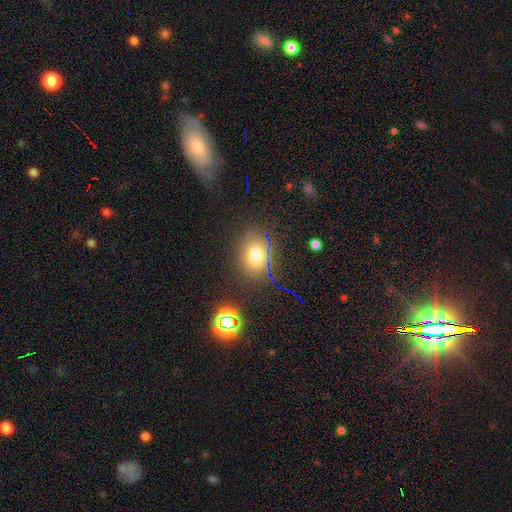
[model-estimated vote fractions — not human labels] Morphology: type=smooth (68%); roundness=in between (49%, tied with round); merging=none (83%).